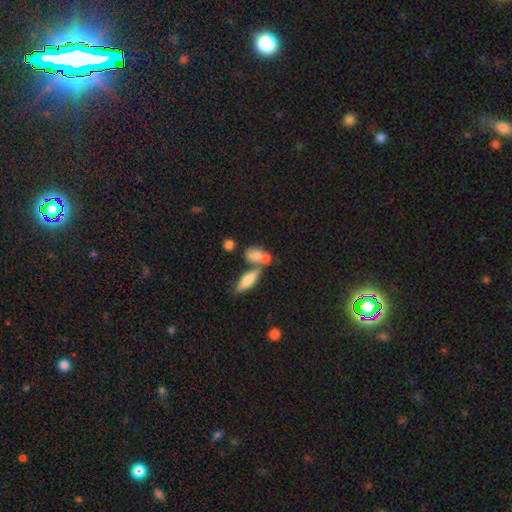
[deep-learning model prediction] Smooth or featured?
  - smooth: 71% *
  - featured or disk: 19%
  - star or artifact: 10%
How rounded?
  - in between: 68% *
  - round: 18%
  - cigar-shaped: 14%
Merging?
  - merger: 45% *
  - none: 37%
  - minor disturbance: 12%
  - major disturbance: 6%